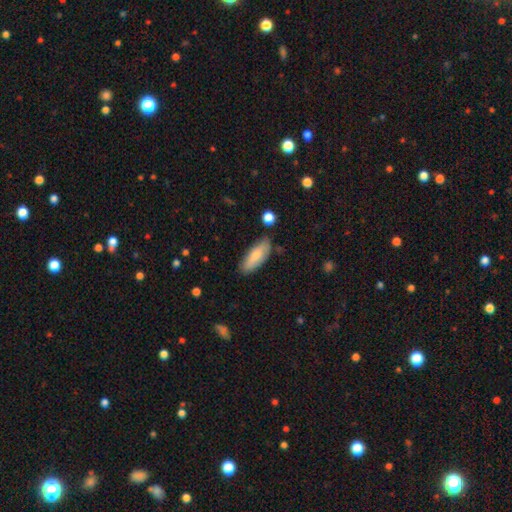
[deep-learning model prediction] Q: Smooth or featured?
A: smooth (77%); runner-up: featured or disk (17%)
Q: How rounded?
A: in between (68%); runner-up: cigar-shaped (30%)
Q: Merging?
A: none (79%); runner-up: minor disturbance (16%)